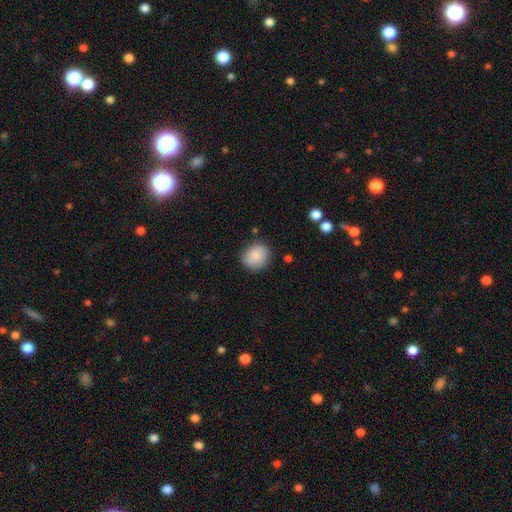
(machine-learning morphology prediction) Smooth or featured? Predicted: smooth (p=0.86). How rounded? Predicted: round (p=0.75). Merging? Predicted: none (p=0.83).